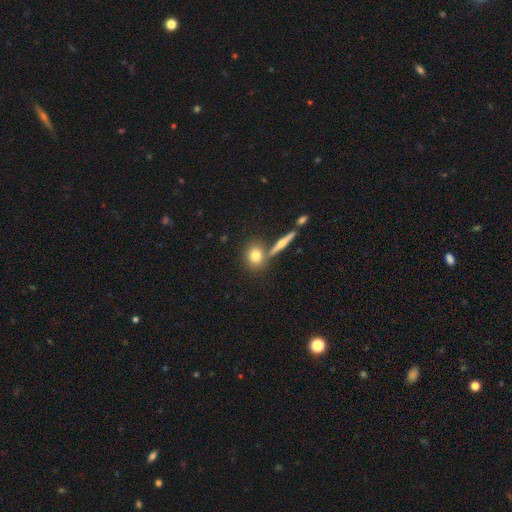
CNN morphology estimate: This appears to be a smooth galaxy with no disk features (73%) that is round (64%). Merging: none (64%).